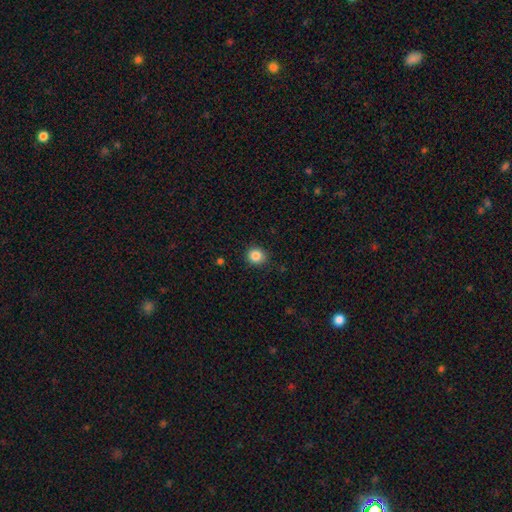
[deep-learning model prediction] Overall: smooth (85%). How rounded: round (86%). Merging: none (89%).